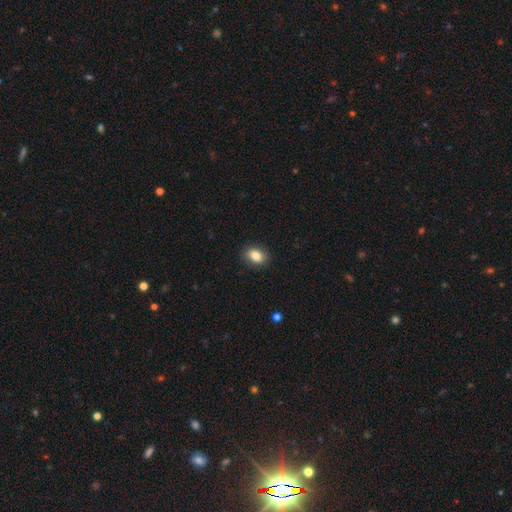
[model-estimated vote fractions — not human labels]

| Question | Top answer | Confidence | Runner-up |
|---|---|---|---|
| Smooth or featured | smooth | 85% | star or artifact (8%) |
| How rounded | in between | 75% | round (23%) |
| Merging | none | 86% | minor disturbance (11%) |